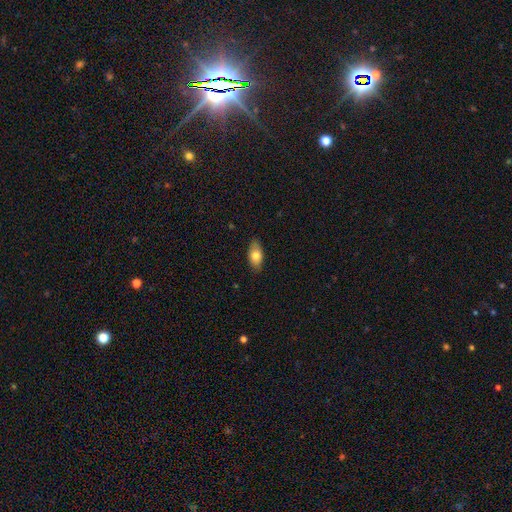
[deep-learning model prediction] Overall: smooth (75%). How rounded: in between (89%). Merging: none (84%).